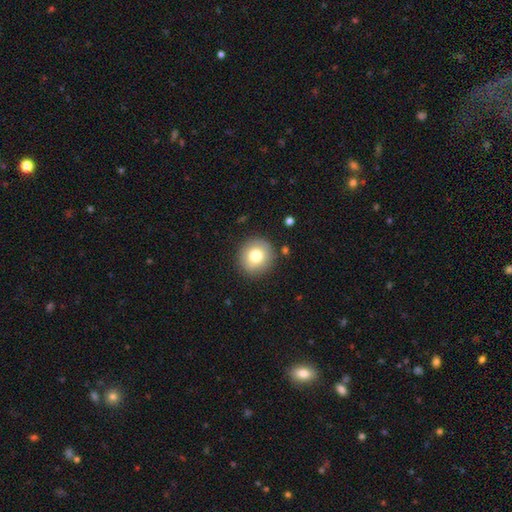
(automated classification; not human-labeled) Smooth or featured? smooth (77%)
How rounded? round (92%)
Merging? none (87%)